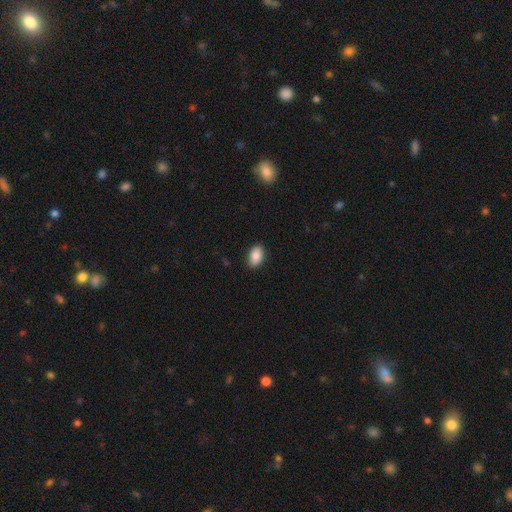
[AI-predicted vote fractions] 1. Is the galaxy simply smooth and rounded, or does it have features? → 85% smooth, 8% featured or disk, 7% star or artifact.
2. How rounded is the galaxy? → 91% in between, 7% round, 2% cigar-shaped.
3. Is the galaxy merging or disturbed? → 87% none, 10% minor disturbance, 2% major disturbance, 1% merger.